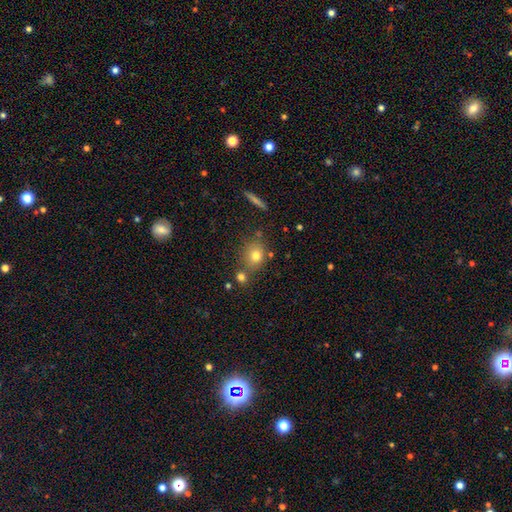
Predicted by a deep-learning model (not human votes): Smooth or featured? Predicted: smooth (p=0.75). How rounded? Predicted: round (p=0.71). Merging? Predicted: none (p=0.68).